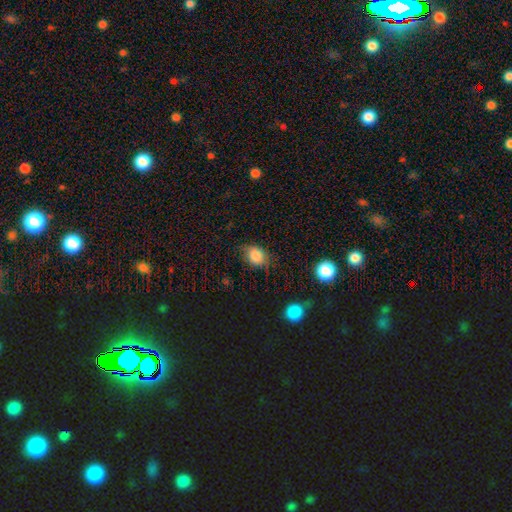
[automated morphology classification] Smooth or featured: smooth — 82% (star or artifact — 10%)
How rounded: in between — 57% (round — 42%)
Merging: none — 67% (minor disturbance — 25%)